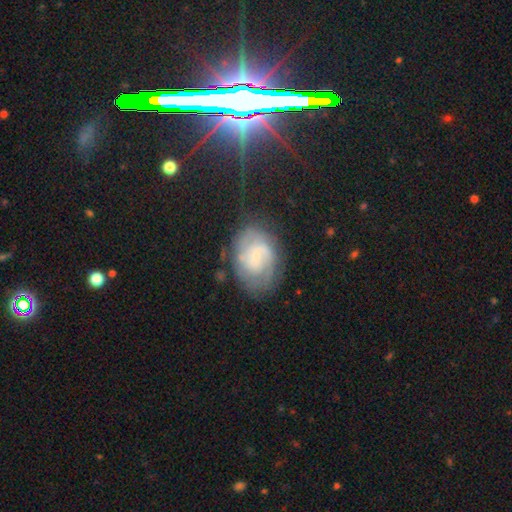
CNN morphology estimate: smooth_or_featured: featured or disk (p=0.65) [alt: smooth p=0.26]
disk_edge_on: no (p=0.98) [alt: yes p=0.02]
bar: no (p=0.52) [alt: weak p=0.41]
has_spiral_arms: yes (p=0.86) [alt: no p=0.14]
spiral_winding: tight (p=0.47) [alt: medium p=0.39]
spiral_arm_count: 2 (p=0.45) [alt: can't tell p=0.33]
bulge_size: small (p=0.55) [alt: none p=0.22]
merging: none (p=0.66) [alt: minor disturbance p=0.21]